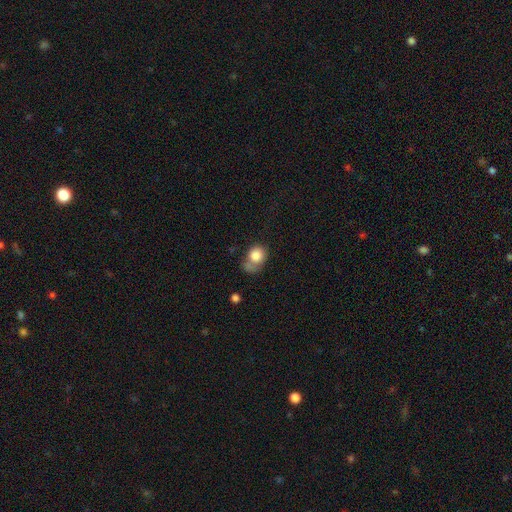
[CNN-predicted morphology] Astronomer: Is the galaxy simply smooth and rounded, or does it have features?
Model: smooth — 82%.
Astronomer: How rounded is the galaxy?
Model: round — 63%.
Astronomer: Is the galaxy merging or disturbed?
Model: none — 36% (runner-up: merger, 23%).